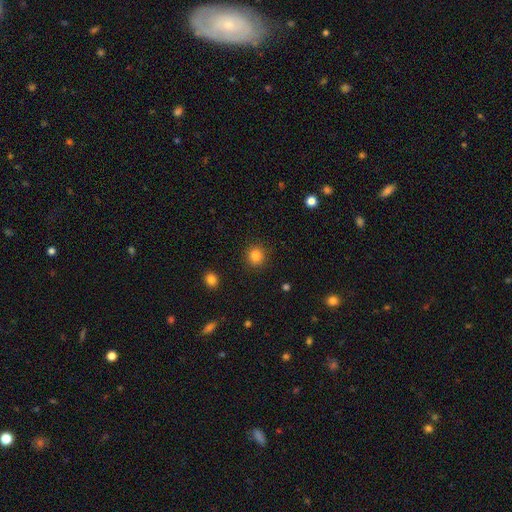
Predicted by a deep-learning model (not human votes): Smooth or featured?
  - smooth: 85% *
  - star or artifact: 11%
  - featured or disk: 4%
How rounded?
  - round: 92% *
  - in between: 8%
  - cigar-shaped: 1%
Merging?
  - none: 90% *
  - minor disturbance: 6%
  - major disturbance: 2%
  - merger: 1%